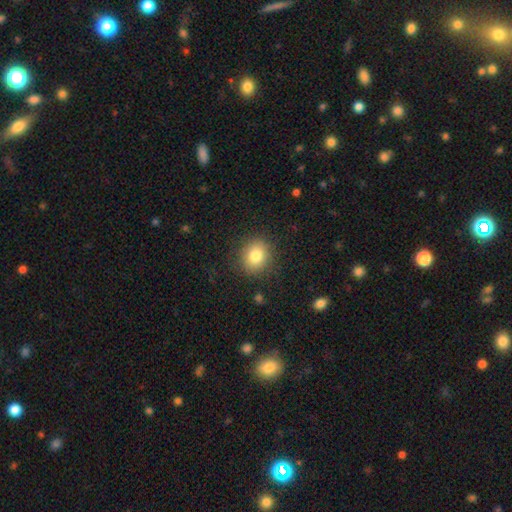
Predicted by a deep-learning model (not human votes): A smooth galaxy with no disk features (81%) that is round (73%). Merging: none (86%).